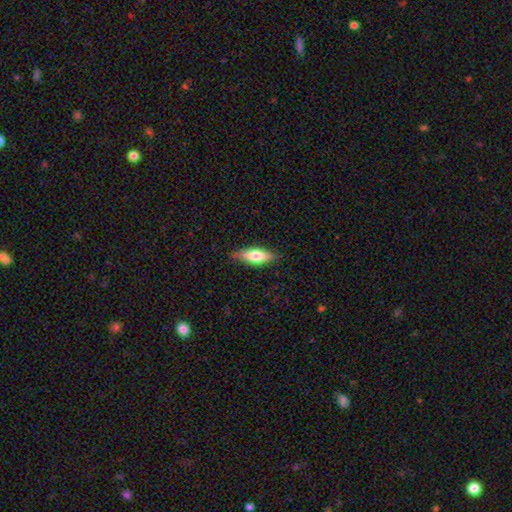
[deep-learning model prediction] smooth_or_featured: smooth (p=0.71) [alt: featured or disk p=0.23]
how_rounded: in between (p=0.64) [alt: cigar-shaped p=0.34]
merging: none (p=0.83) [alt: minor disturbance p=0.14]